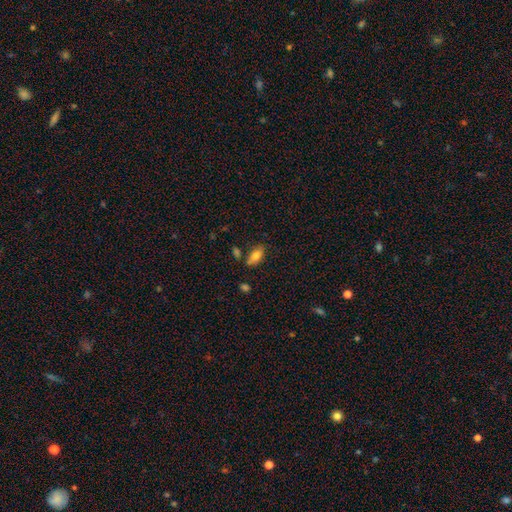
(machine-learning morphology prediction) smooth_or_featured: smooth (p=0.79) [alt: featured or disk p=0.13]
how_rounded: in between (p=0.88) [alt: cigar-shaped p=0.08]
merging: none (p=0.74) [alt: minor disturbance p=0.15]